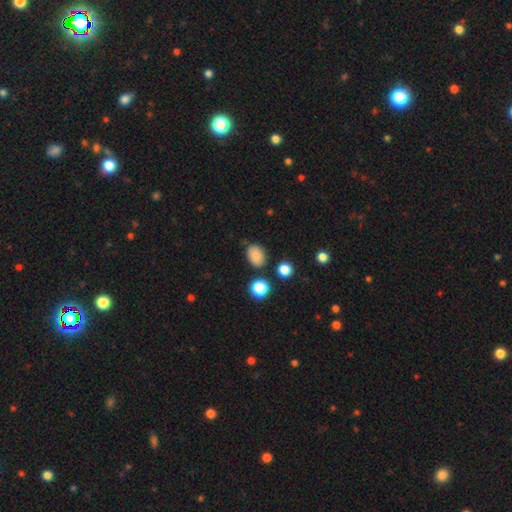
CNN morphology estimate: type=smooth (83%); roundness=in between (70%); merging=none (78%).